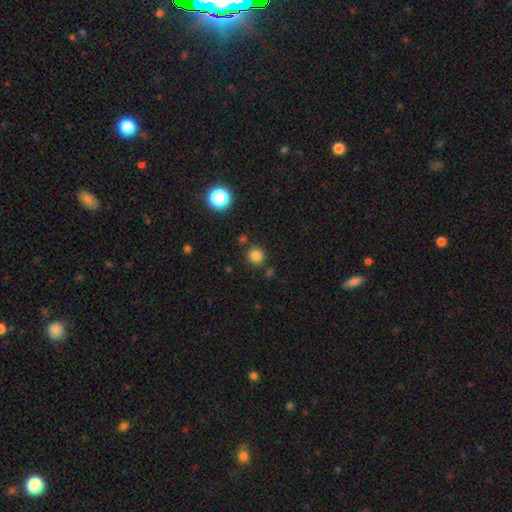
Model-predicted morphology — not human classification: Overall: smooth (81%). How rounded: round (92%). Merging: none (83%).